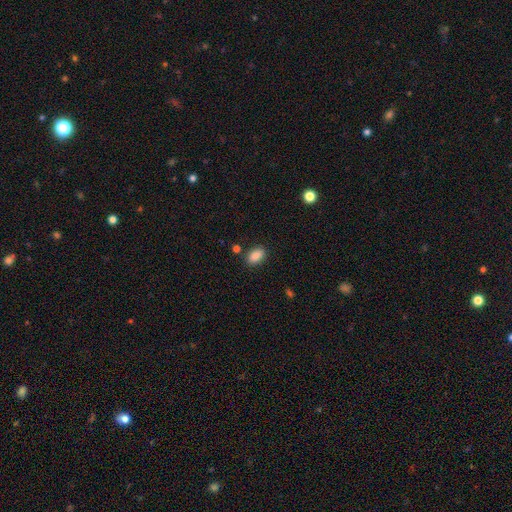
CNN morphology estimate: The model was most divided on "merging": none: 84%, minor disturbance: 10%, merger: 3%, major disturbance: 3%. More confident: how rounded — in between (89%); smooth or featured — smooth (88%).